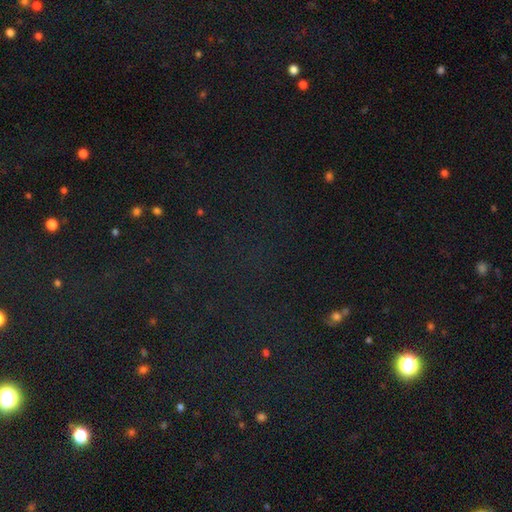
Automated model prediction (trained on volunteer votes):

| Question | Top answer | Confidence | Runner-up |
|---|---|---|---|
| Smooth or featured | star or artifact | 76% | smooth (16%) |